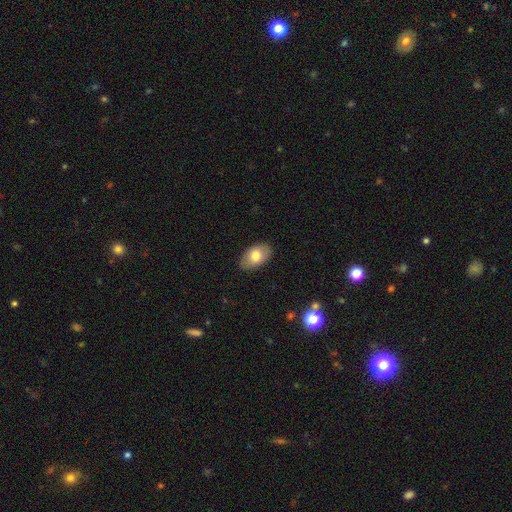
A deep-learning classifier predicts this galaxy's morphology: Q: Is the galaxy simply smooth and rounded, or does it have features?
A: smooth — 75%.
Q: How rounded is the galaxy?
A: in between — 92%.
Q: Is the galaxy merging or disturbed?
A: none — 85%.